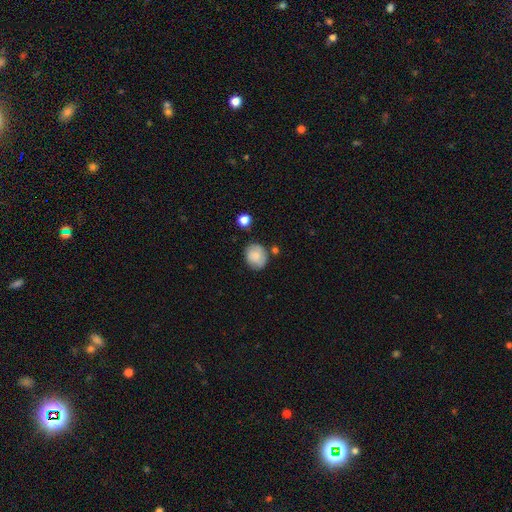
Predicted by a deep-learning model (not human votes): Smooth or featured: smooth — 72% (featured or disk — 19%)
How rounded: round — 71% (in between — 28%)
Merging: none — 70% (minor disturbance — 19%)